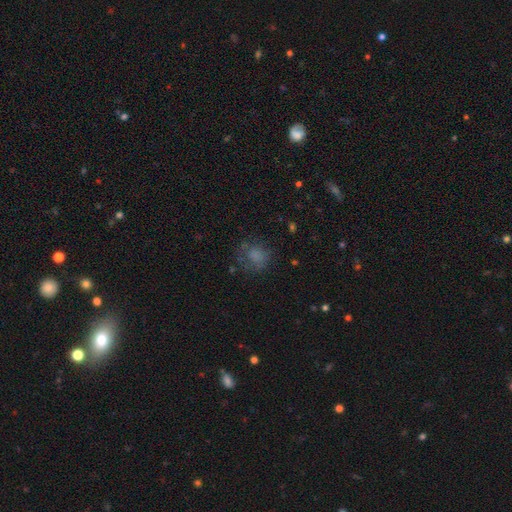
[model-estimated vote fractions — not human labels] smooth 70%, star or artifact 15%, featured or disk 15%. Down the decision tree: how rounded — round (72%); merging — none (60%).